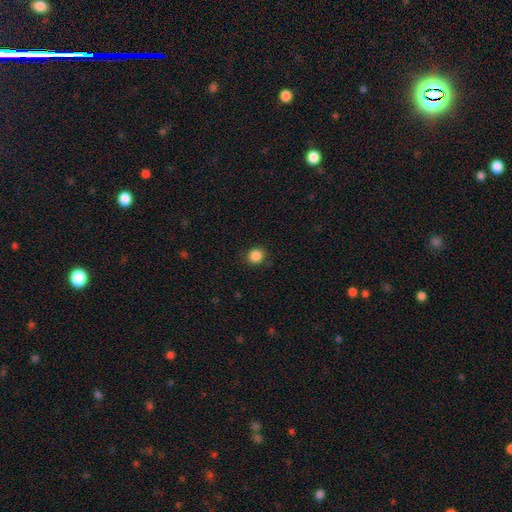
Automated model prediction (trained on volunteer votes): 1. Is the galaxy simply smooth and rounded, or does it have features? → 87% smooth, 10% star or artifact, 3% featured or disk.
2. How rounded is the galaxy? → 87% round, 12% in between, 1% cigar-shaped.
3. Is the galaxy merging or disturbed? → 89% none, 7% minor disturbance, 2% major disturbance, 1% merger.